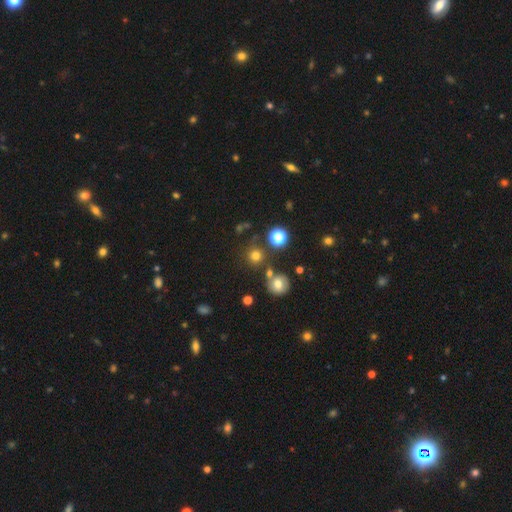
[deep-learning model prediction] smooth 72%, star or artifact 20%, featured or disk 8%. Down the decision tree: how rounded — round (92%); merging — none (75%).